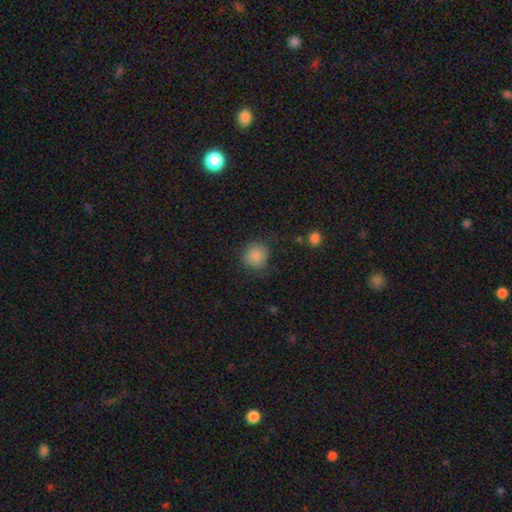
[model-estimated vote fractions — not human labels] Overall: smooth (86%). How rounded: round (88%). Merging: none (81%).